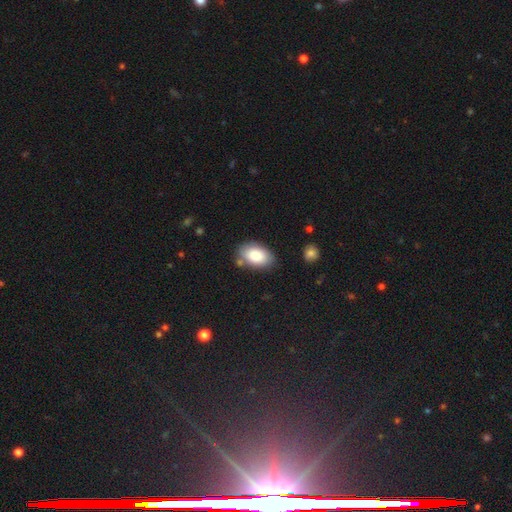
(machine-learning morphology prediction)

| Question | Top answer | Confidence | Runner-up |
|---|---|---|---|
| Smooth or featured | smooth | 86% | featured or disk (7%) |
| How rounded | in between | 92% | round (7%) |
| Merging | none | 76% | minor disturbance (15%) |